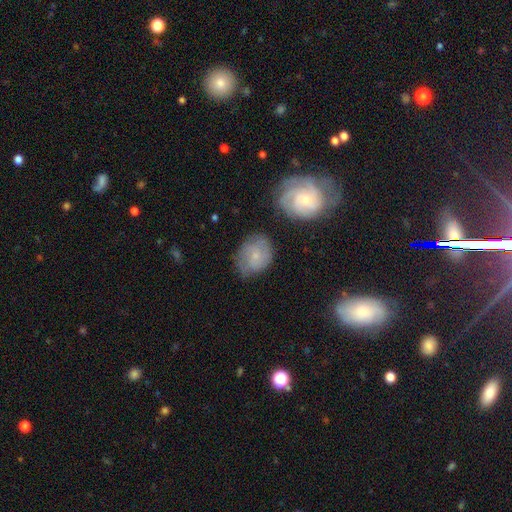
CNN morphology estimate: A featured or disk galaxy (48%). Merging: none (64%).